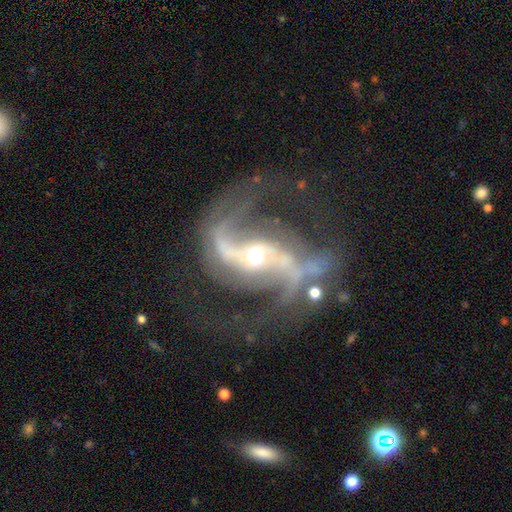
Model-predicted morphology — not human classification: Smooth or featured? Predicted: featured or disk (p=0.92). Edge-on disk? Predicted: no (p=0.97). Bar? Predicted: strong (p=0.50). Spiral arms? Predicted: yes (p=0.98). Spiral winding? Predicted: loose (p=0.46). Spiral arm count? Predicted: 2 (p=0.91). Bulge size? Predicted: small (p=0.52). Merging? Predicted: none (p=0.67).